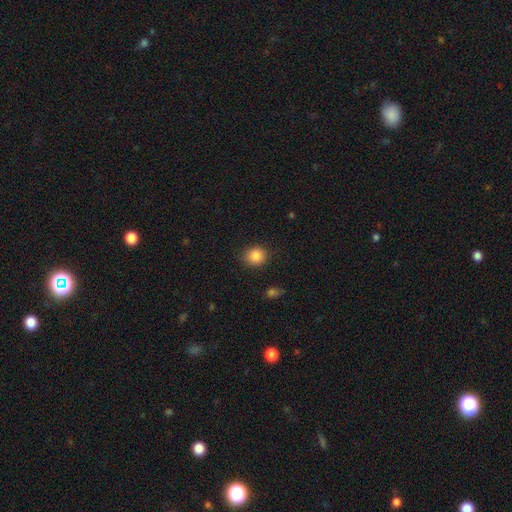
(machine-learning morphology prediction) Smooth or featured?
  - smooth: 86% *
  - star or artifact: 10%
  - featured or disk: 4%
How rounded?
  - round: 79% *
  - in between: 20%
  - cigar-shaped: 1%
Merging?
  - none: 86% *
  - minor disturbance: 10%
  - major disturbance: 3%
  - merger: 1%